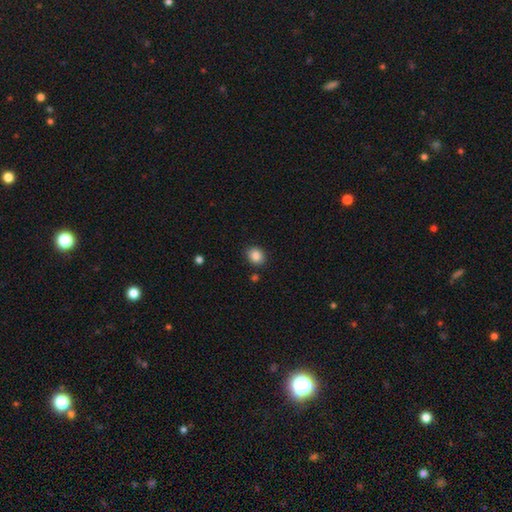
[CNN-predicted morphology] Smooth or featured? Predicted: smooth (p=0.86). How rounded? Predicted: round (p=0.60). Merging? Predicted: none (p=0.87).